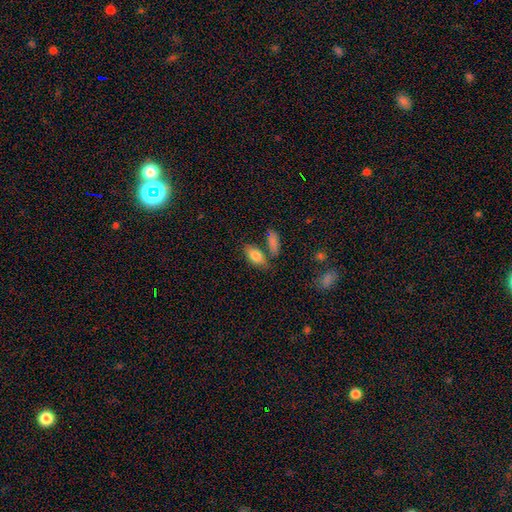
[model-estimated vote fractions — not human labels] smooth-or-featured: smooth: 80% | featured or disk: 13% | star or artifact: 7%
  how-rounded: in between: 86% | cigar-shaped: 9% | round: 4%
  merging: none: 65% | minor disturbance: 15% | merger: 15% | major disturbance: 5%